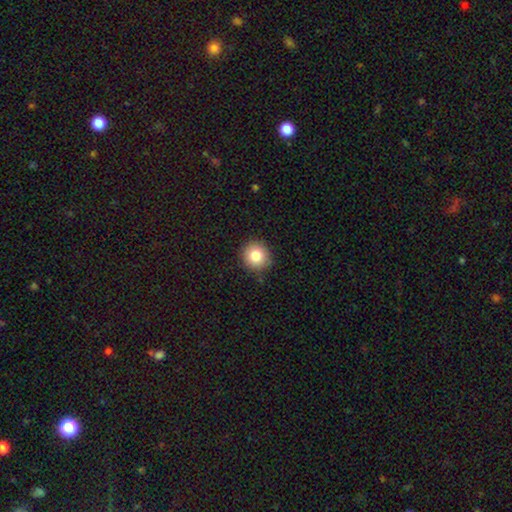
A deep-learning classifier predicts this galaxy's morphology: A smooth galaxy with no disk features (82%) that is round (94%).

Vote fractions:
- Smooth or featured? smooth: 82% / star or artifact: 10% / featured or disk: 8%
- How rounded? round: 94% / in between: 5% / cigar-shaped: 1%
- Merging? none: 88% / minor disturbance: 9% / major disturbance: 2% / merger: 1%